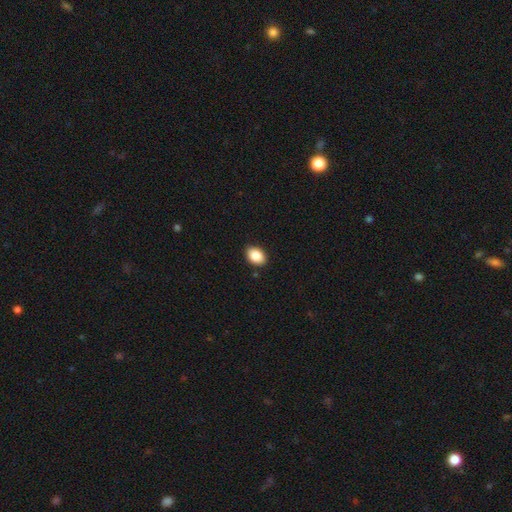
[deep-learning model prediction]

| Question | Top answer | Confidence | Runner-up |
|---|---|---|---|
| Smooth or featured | smooth | 88% | star or artifact (8%) |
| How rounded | in between | 82% | round (17%) |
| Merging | none | 89% | minor disturbance (8%) |